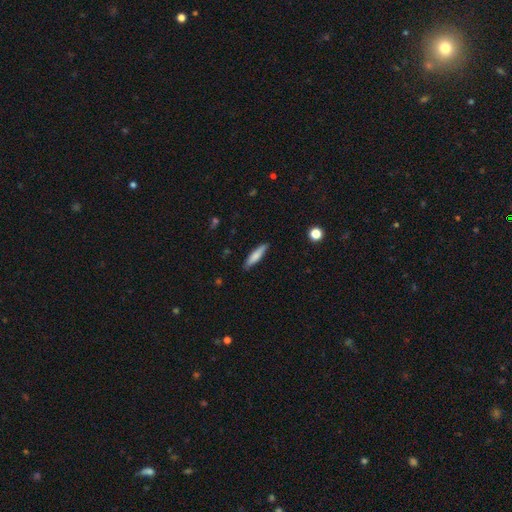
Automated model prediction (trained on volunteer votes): The model was most divided on "smooth or featured": smooth: 73%, featured or disk: 21%, star or artifact: 6%. More confident: merging — none (86%); how rounded — cigar-shaped (83%).